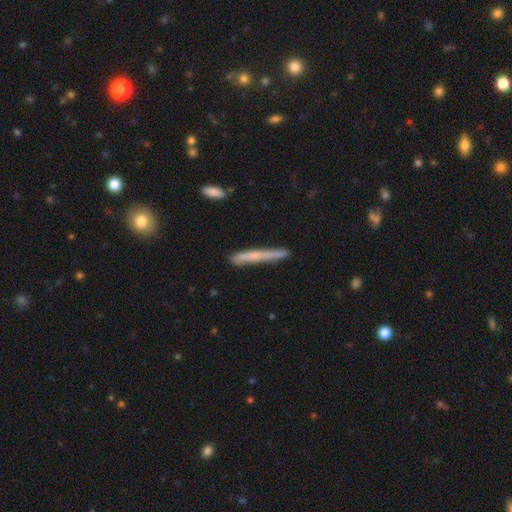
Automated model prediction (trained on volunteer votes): Smooth or featured? Predicted: smooth (p=0.50). How rounded? Predicted: cigar-shaped (p=0.96). Merging? Predicted: none (p=0.79).